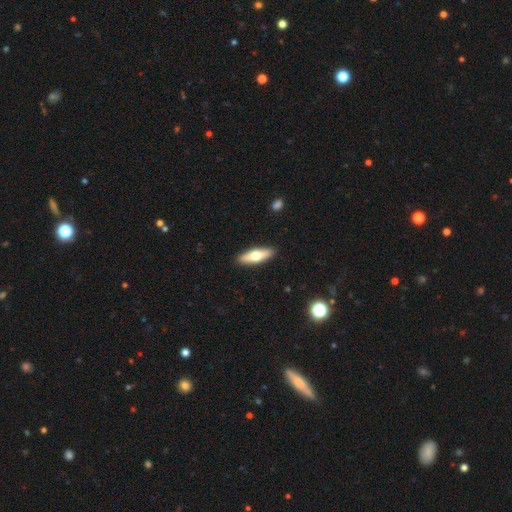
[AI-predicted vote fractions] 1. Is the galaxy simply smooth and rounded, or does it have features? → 57% smooth, 37% featured or disk, 6% star or artifact.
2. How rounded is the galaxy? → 51% cigar-shaped, 46% in between, 2% round.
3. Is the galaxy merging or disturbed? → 90% none, 7% minor disturbance, 2% major disturbance, 1% merger.